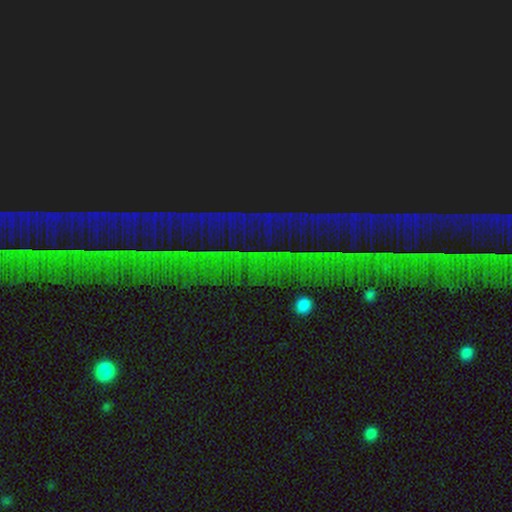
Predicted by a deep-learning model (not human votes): Q: Smooth or featured?
A: star or artifact (86%); runner-up: featured or disk (8%)